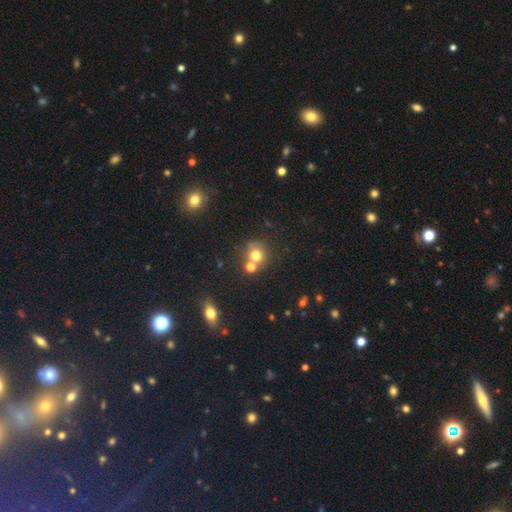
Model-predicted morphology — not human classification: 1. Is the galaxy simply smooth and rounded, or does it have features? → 69% smooth, 17% star or artifact, 14% featured or disk.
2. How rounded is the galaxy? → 84% round, 15% in between, 1% cigar-shaped.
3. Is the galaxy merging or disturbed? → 54% none, 30% merger, 11% minor disturbance, 5% major disturbance.